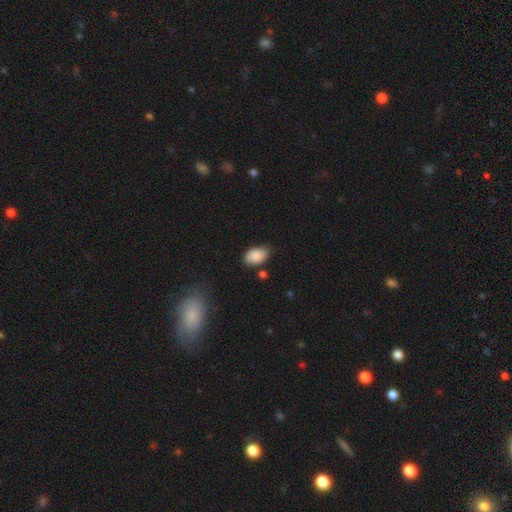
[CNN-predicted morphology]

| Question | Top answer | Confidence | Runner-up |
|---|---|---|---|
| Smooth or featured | smooth | 86% | star or artifact (7%) |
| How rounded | in between | 90% | round (9%) |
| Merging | none | 68% | minor disturbance (23%) |